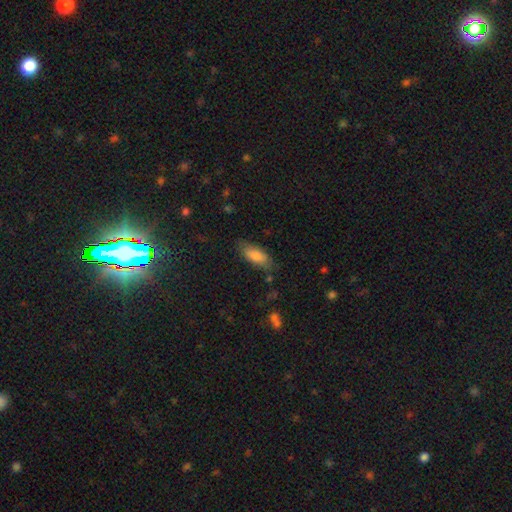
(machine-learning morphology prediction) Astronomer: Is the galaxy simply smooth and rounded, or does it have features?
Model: smooth — 82%.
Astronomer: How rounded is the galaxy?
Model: in between — 80%.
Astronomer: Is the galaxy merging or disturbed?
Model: none — 75%.